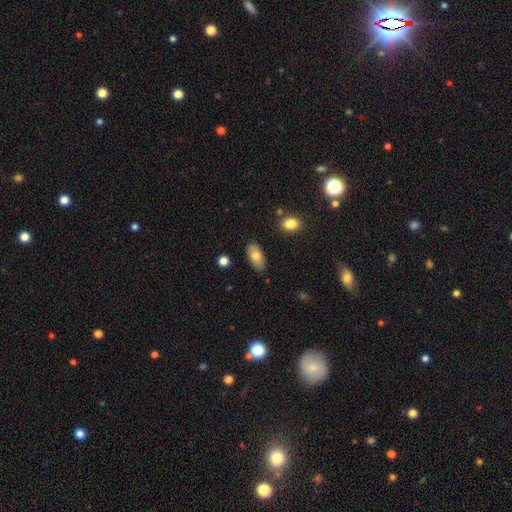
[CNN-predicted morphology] This appears to be a smooth galaxy with no disk features (75%) that is in between round and cigar-shaped (90%). Merging: none (85%).